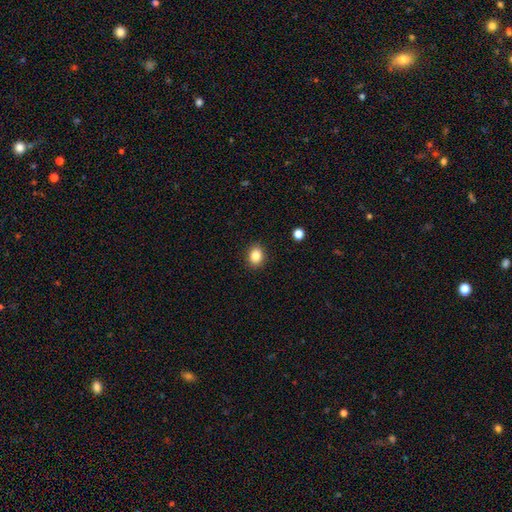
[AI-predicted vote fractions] This appears to be a smooth galaxy with no disk features (85%) that is round (50%). Merging: none (90%).